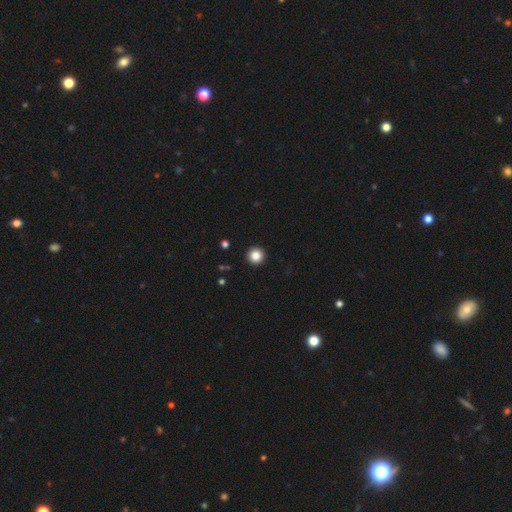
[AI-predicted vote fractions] Smooth or featured? Predicted: smooth (p=0.86). How rounded? Predicted: round (p=0.96). Merging? Predicted: none (p=0.94).